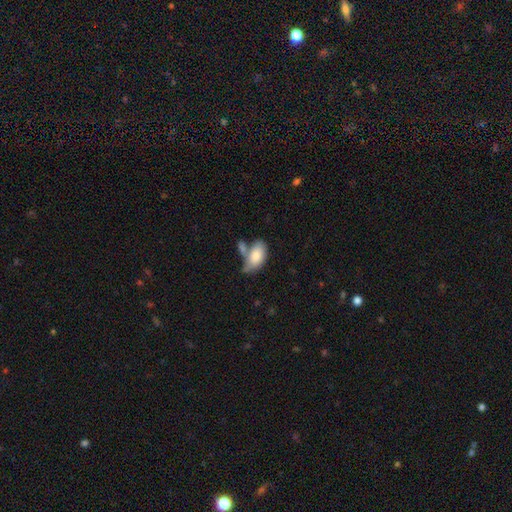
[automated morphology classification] Smooth or featured? smooth (80%)
How rounded? in between (93%)
Merging? none (37%)